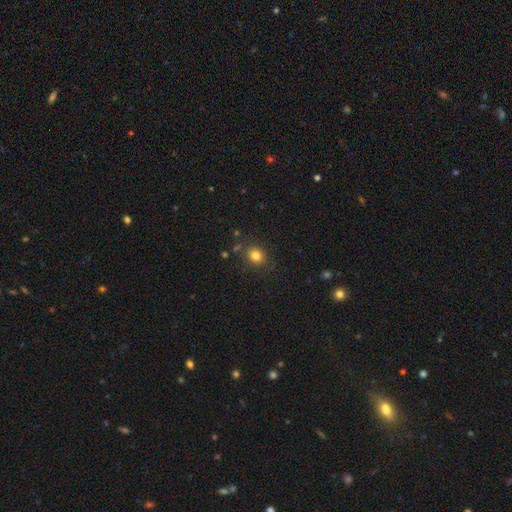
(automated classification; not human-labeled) Smooth or featured?
  - smooth: 81% *
  - star or artifact: 12%
  - featured or disk: 7%
How rounded?
  - round: 70% *
  - in between: 29%
  - cigar-shaped: 1%
Merging?
  - none: 82% *
  - minor disturbance: 11%
  - merger: 4%
  - major disturbance: 4%